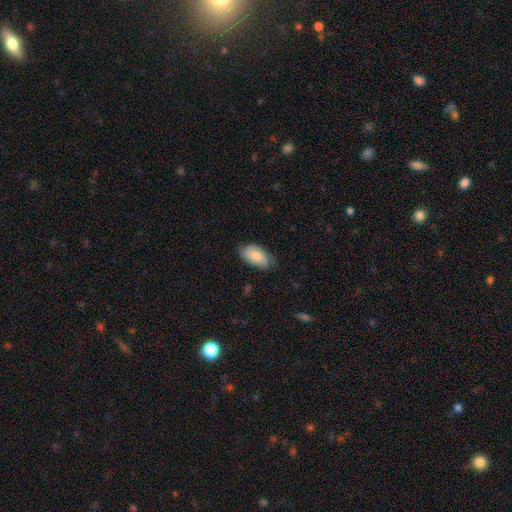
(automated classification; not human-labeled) The model was most divided on "merging": none: 69%, minor disturbance: 25%, major disturbance: 4%, merger: 1%. More confident: how rounded — in between (94%); smooth or featured — smooth (73%).